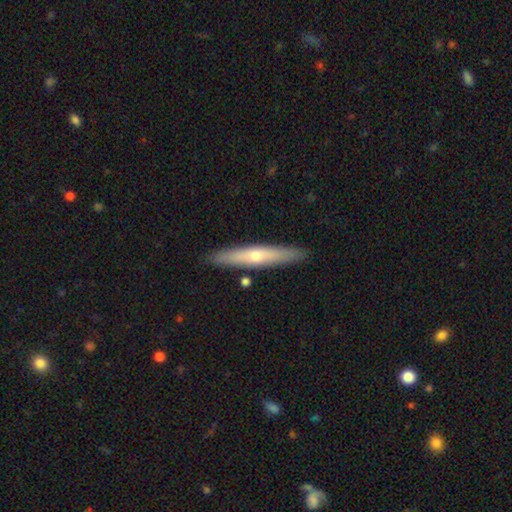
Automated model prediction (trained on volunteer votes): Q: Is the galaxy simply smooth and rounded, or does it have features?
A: featured or disk — 51%.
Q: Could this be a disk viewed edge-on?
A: yes — 89%.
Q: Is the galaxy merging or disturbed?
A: none — 89%.